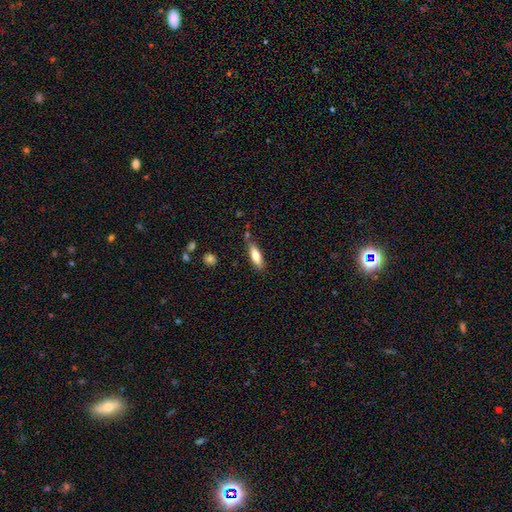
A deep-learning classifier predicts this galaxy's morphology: Q: Smooth or featured?
A: smooth (73%); runner-up: featured or disk (21%)
Q: How rounded?
A: in between (55%); runner-up: cigar-shaped (43%)
Q: Merging?
A: none (77%); runner-up: minor disturbance (16%)